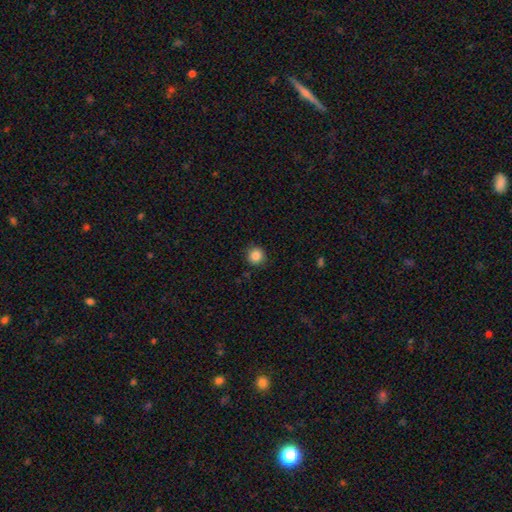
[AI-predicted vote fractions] Q: Smooth or featured?
A: smooth (86%); runner-up: star or artifact (10%)
Q: How rounded?
A: round (93%); runner-up: in between (7%)
Q: Merging?
A: none (88%); runner-up: minor disturbance (9%)